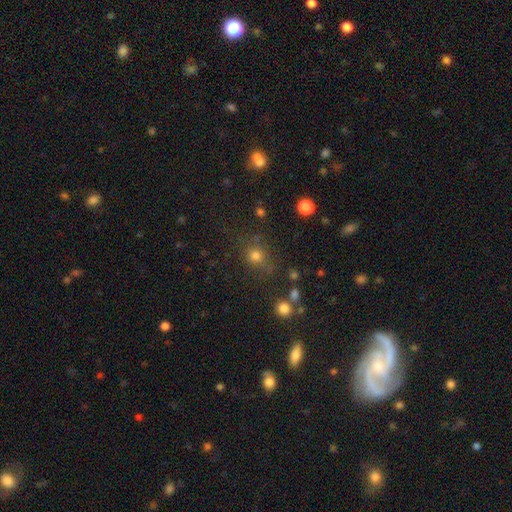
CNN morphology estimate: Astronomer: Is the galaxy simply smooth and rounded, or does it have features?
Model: smooth — 74%.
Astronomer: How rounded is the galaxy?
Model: round — 84%.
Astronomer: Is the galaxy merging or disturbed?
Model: none — 74%.